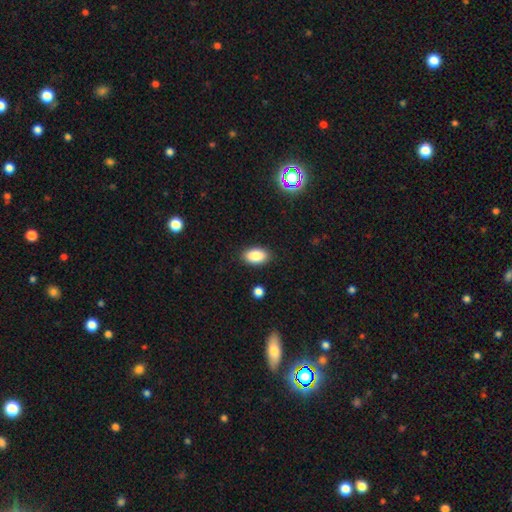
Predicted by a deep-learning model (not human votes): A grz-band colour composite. It shows a smooth galaxy with no disk features (87%) that is in between round and cigar-shaped (92%). Merging: none (88%).